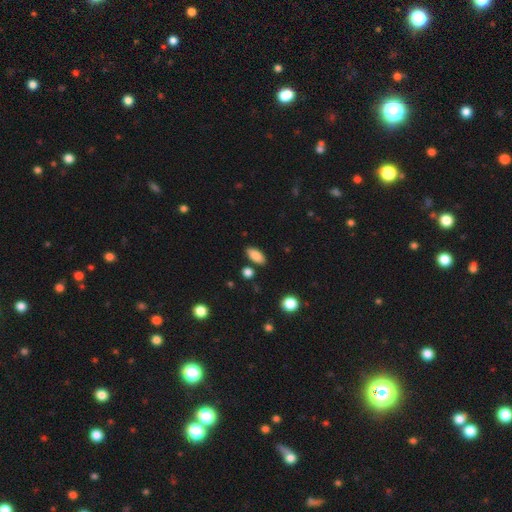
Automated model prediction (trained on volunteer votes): smooth-or-featured: smooth: 87% | star or artifact: 8% | featured or disk: 5%
  how-rounded: in between: 89% | cigar-shaped: 7% | round: 3%
  merging: none: 85% | minor disturbance: 9% | merger: 3% | major disturbance: 2%